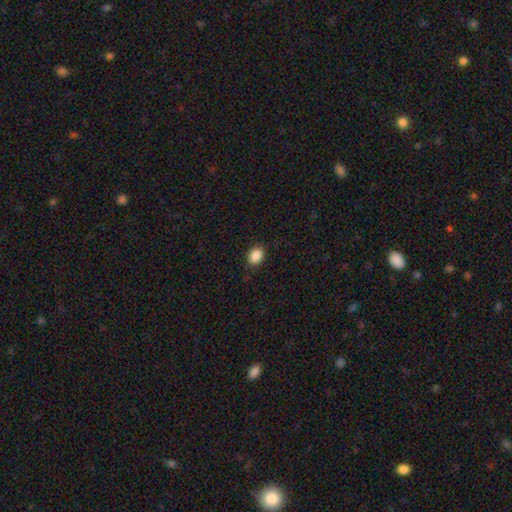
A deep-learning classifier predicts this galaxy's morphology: Smooth or featured? smooth (88%)
How rounded? in between (61%)
Merging? none (86%)